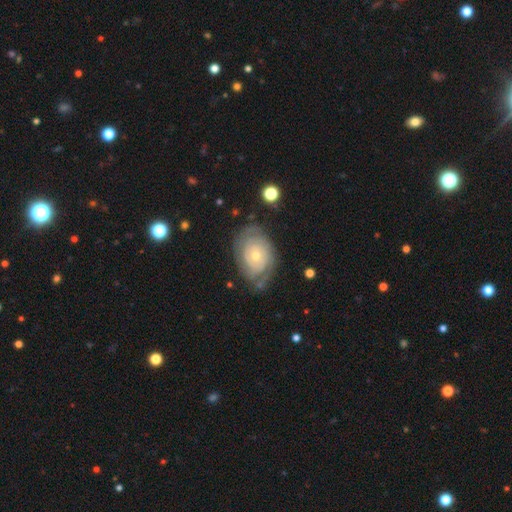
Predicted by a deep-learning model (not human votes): featured or disk 78%, smooth 16%, star or artifact 6%. Down the decision tree: edge-on disk — no (96%); bar — no (81%); spiral arms — yes (85%); spiral arm count — can't tell (46%); spiral winding — tight (76%); bulge size — small (56%); merging — none (68%).